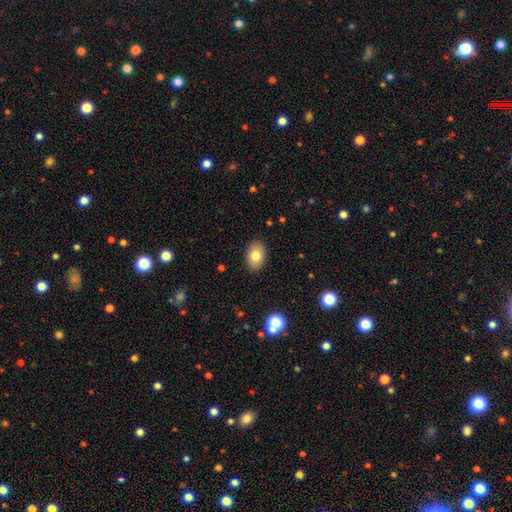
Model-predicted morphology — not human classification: Q: Smooth or featured?
A: smooth (80%); runner-up: featured or disk (12%)
Q: How rounded?
A: in between (86%); runner-up: round (13%)
Q: Merging?
A: none (89%); runner-up: minor disturbance (8%)